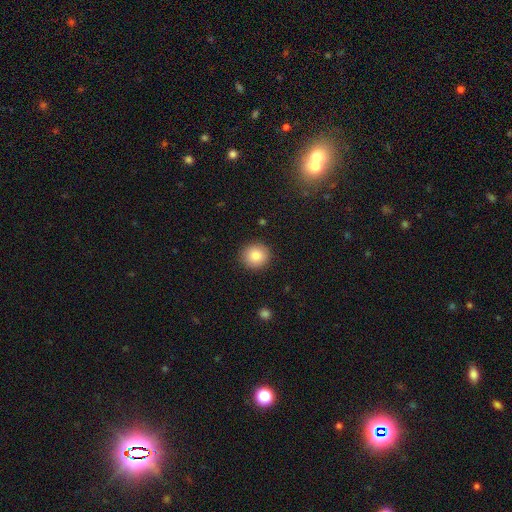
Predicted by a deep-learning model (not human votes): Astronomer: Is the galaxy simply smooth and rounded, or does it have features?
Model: smooth — 85%.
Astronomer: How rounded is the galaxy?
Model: round — 90%.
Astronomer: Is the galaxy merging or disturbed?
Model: none — 90%.